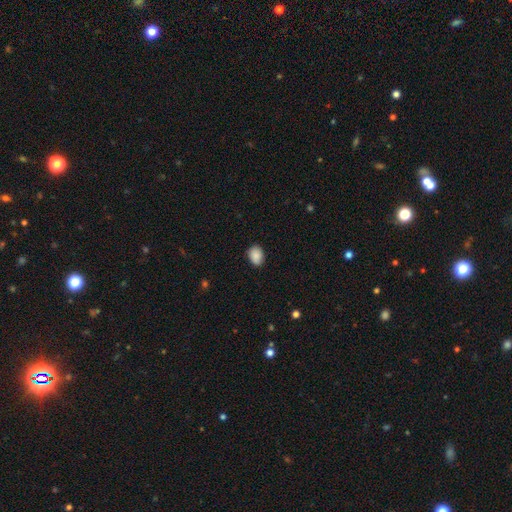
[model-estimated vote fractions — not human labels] Smooth or featured: smooth — 88% (star or artifact — 7%)
How rounded: in between — 68% (round — 31%)
Merging: none — 83% (minor disturbance — 13%)